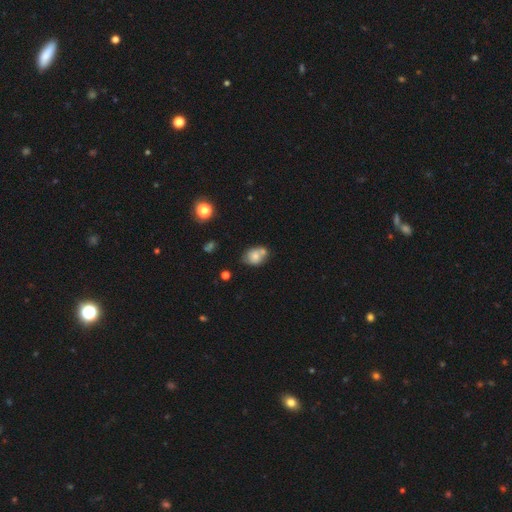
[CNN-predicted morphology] type=smooth (65%); roundness=in between (64%); merging=none (42%).